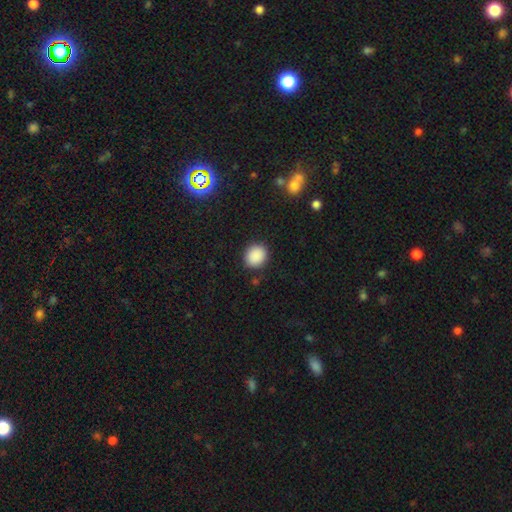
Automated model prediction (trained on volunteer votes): smooth-or-featured: smooth: 89% | star or artifact: 8% | featured or disk: 3%
  how-rounded: round: 65% | in between: 34% | cigar-shaped: 1%
  merging: none: 88% | minor disturbance: 8% | major disturbance: 3% | merger: 1%